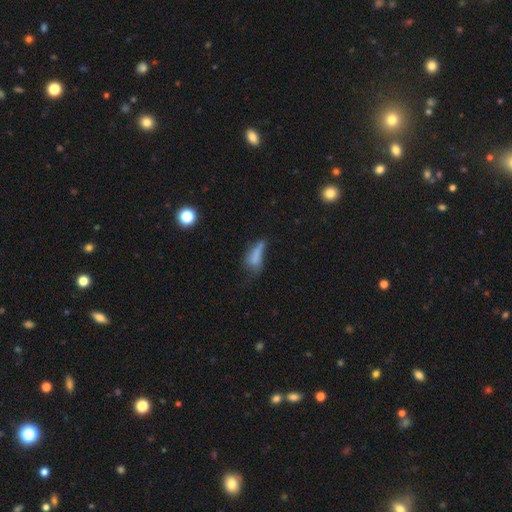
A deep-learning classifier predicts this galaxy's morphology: smooth_or_featured: smooth (p=0.66) [alt: featured or disk p=0.21]
how_rounded: in between (p=0.58) [alt: cigar-shaped p=0.36]
merging: major disturbance (p=0.35) [alt: none p=0.28]